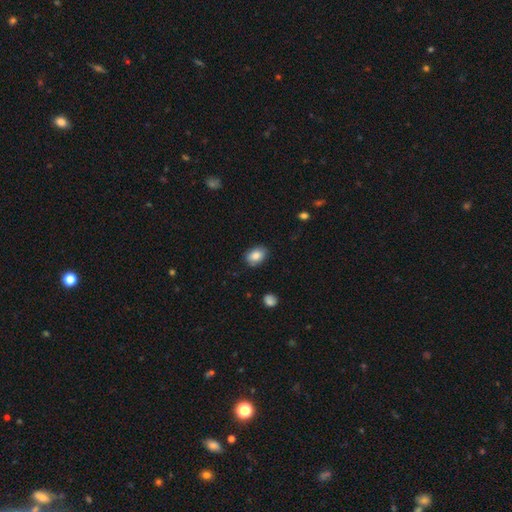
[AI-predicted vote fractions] Smooth or featured: smooth — 84% (star or artifact — 8%)
How rounded: in between — 79% (round — 20%)
Merging: none — 82% (minor disturbance — 14%)